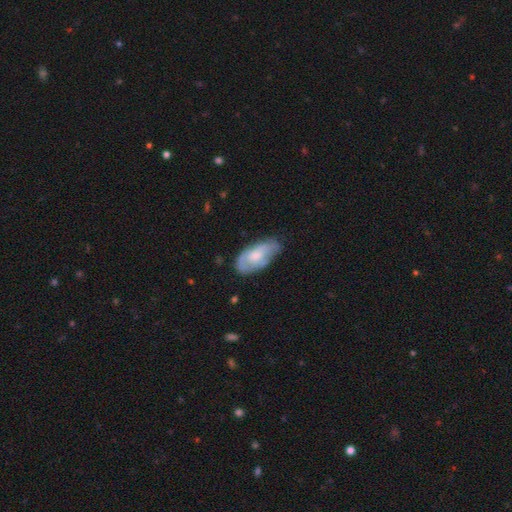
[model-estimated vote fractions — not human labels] The model was most divided on "smooth or featured" (2-way tie): featured or disk: 47%, smooth: 47%, star or artifact: 6%. More confident: merging — none (58%).